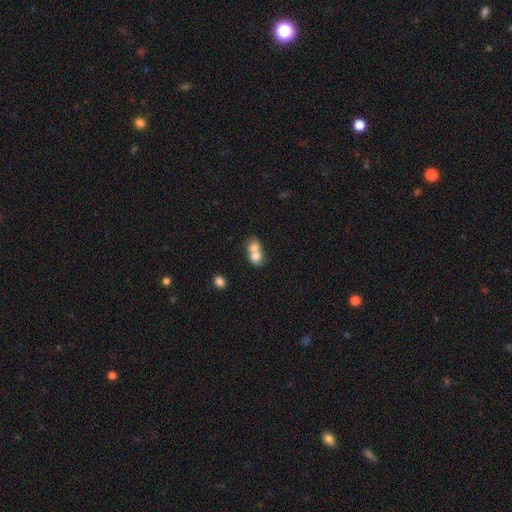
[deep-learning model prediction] smooth_or_featured: smooth (p=0.73) [alt: featured or disk p=0.18]
how_rounded: round (p=0.57) [alt: in between p=0.41]
merging: merger (p=0.74) [alt: none p=0.18]